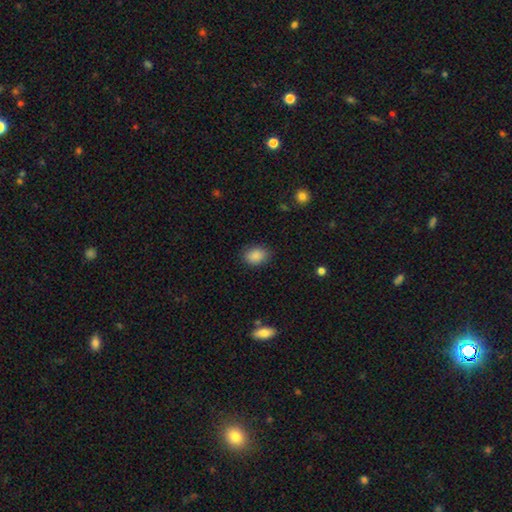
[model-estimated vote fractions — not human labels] The model was most divided on "how rounded": in between: 68%, round: 31%, cigar-shaped: 1%. More confident: smooth or featured — smooth (88%); merging — none (84%).